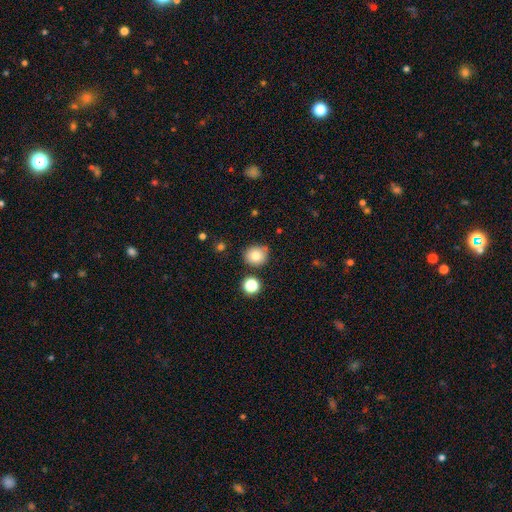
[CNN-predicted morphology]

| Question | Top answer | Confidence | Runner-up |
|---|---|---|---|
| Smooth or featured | smooth | 80% | star or artifact (11%) |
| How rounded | round | 83% | in between (16%) |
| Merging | none | 78% | minor disturbance (13%) |